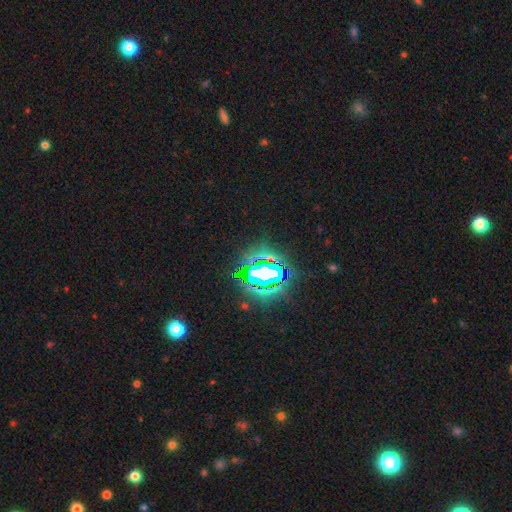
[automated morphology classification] Smooth or featured?
  - star or artifact: 83% *
  - smooth: 11%
  - featured or disk: 6%